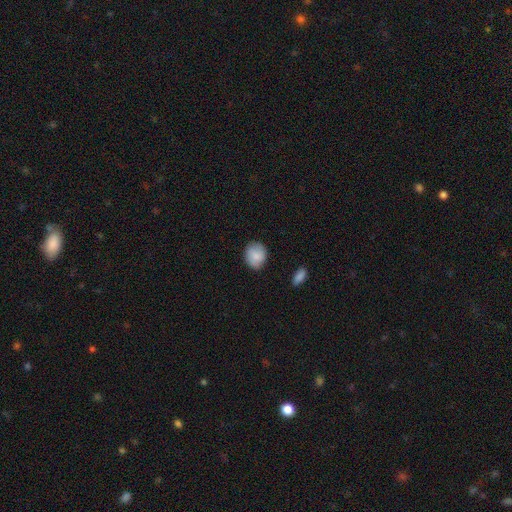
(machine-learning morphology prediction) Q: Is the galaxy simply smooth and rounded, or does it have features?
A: smooth — 86%.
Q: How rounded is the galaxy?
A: round — 62%.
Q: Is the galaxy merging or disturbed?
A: none — 82%.